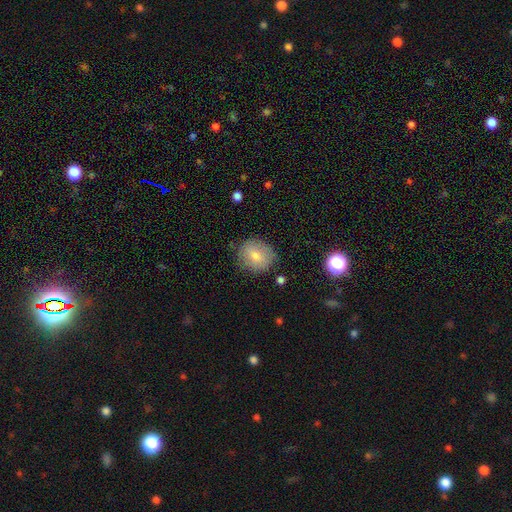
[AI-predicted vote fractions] smooth-or-featured: smooth: 71% | featured or disk: 18% | star or artifact: 11%
  how-rounded: round: 74% | in between: 25% | cigar-shaped: 1%
  merging: none: 80% | minor disturbance: 15% | major disturbance: 4% | merger: 2%